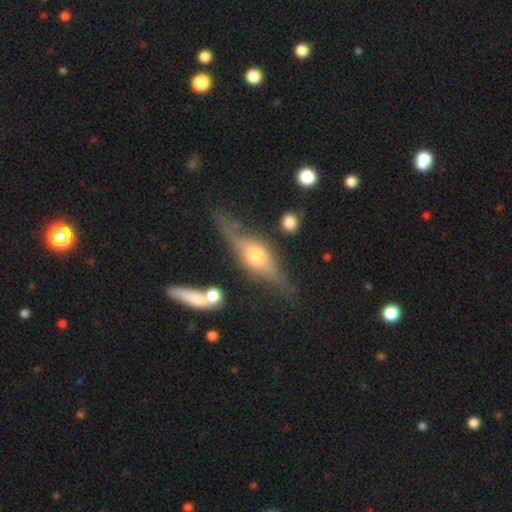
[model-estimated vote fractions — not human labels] Smooth or featured?
  - featured or disk: 71% *
  - smooth: 23%
  - star or artifact: 6%
Edge-on disk?
  - yes: 89% *
  - no: 11%
Edge-on bulge?
  - rounded: 90% *
  - boxy: 7%
  - none: 3%
Merging?
  - none: 66% *
  - minor disturbance: 20%
  - major disturbance: 8%
  - merger: 7%